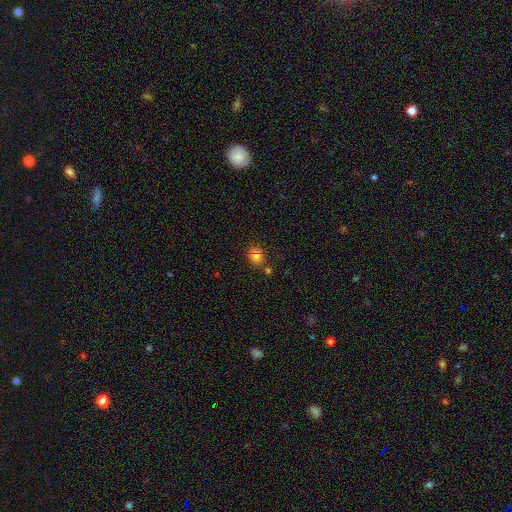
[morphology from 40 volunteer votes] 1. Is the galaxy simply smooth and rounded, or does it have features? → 82% smooth, 10% star or artifact, 8% featured or disk.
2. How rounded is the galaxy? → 73% round, 27% in between, 0% cigar-shaped.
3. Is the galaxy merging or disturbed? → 86% none, 11% minor disturbance, 3% merger, 0% major disturbance.